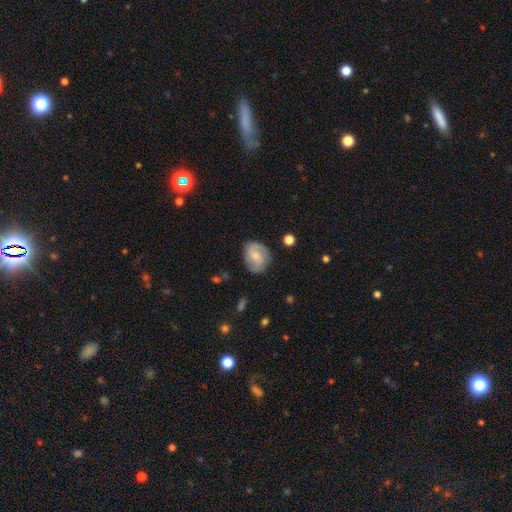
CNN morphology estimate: A featured or disk galaxy (54%) with no bar (49%), spiral arms (87%) and a small central bulge (47%). Merging: none (75%).